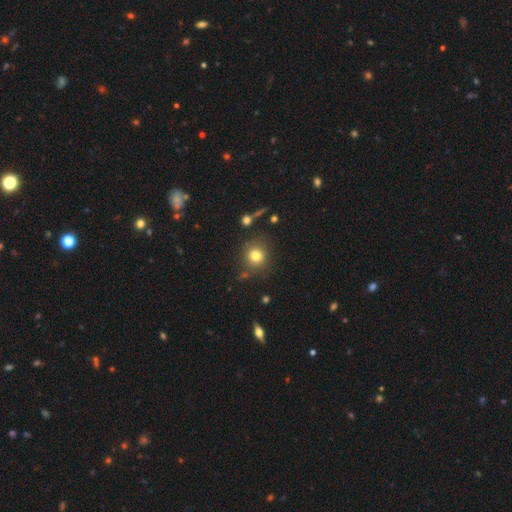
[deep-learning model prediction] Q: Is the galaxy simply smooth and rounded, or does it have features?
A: smooth — 79%.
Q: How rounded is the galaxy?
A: round — 91%.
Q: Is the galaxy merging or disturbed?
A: none — 81%.